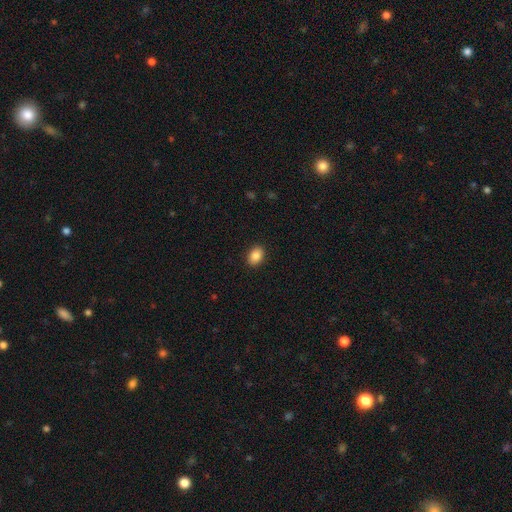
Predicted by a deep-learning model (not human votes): This is clearly a smooth galaxy (88%). How rounded: likely in between (75%). Merging: clearly none (90%).